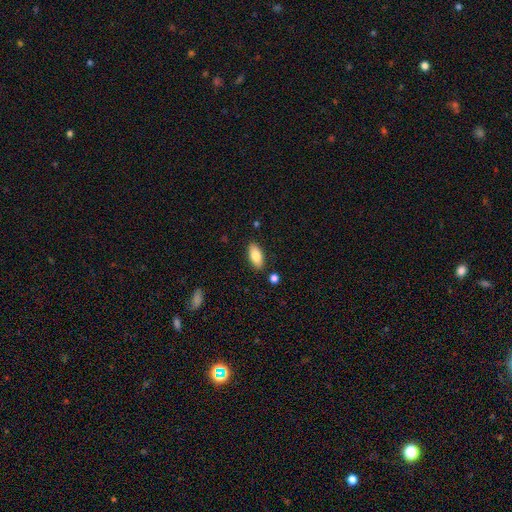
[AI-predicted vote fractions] smooth_or_featured: smooth (p=0.82) [alt: featured or disk p=0.12]
how_rounded: in between (p=0.89) [alt: cigar-shaped p=0.09]
merging: none (p=0.87) [alt: minor disturbance p=0.09]